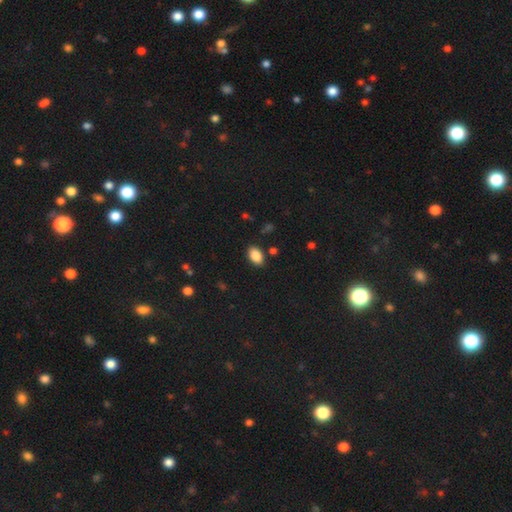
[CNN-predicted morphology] Smooth or featured: smooth — 87% (star or artifact — 8%)
How rounded: in between — 90% (round — 9%)
Merging: none — 86% (minor disturbance — 10%)